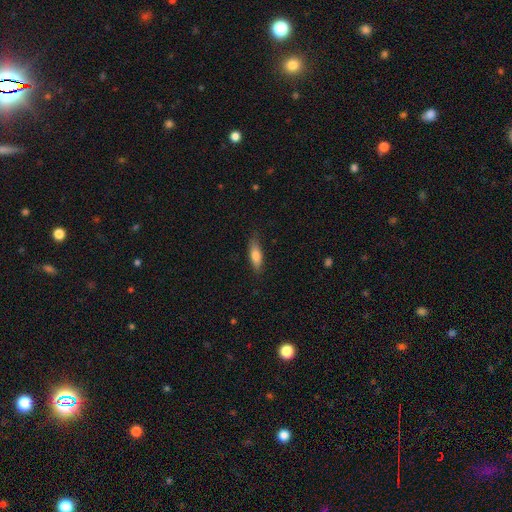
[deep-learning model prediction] This is likely a smooth galaxy (76%). How rounded: possibly in between (53%). Merging: clearly none (81%).